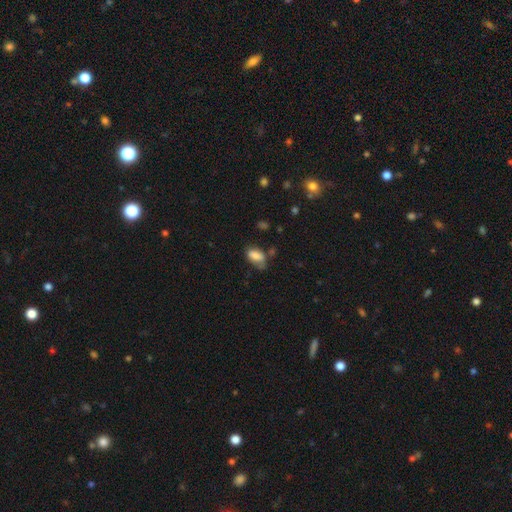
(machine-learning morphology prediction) Overall: smooth (80%). How rounded: in between (90%). Merging: none (47%; minor disturbance 34%).